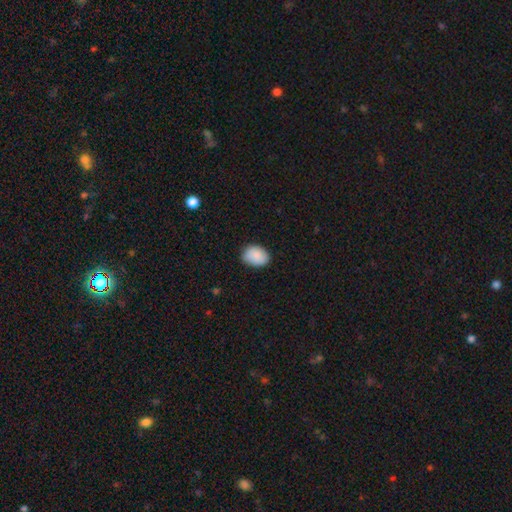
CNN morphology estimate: A smooth galaxy with no disk features (89%) that is in between round and cigar-shaped (73%).

Vote fractions:
- Smooth or featured? smooth: 89% / star or artifact: 7% / featured or disk: 4%
- How rounded? in between: 73% / round: 26% / cigar-shaped: 1%
- Merging? none: 80% / minor disturbance: 16% / major disturbance: 3% / merger: 1%